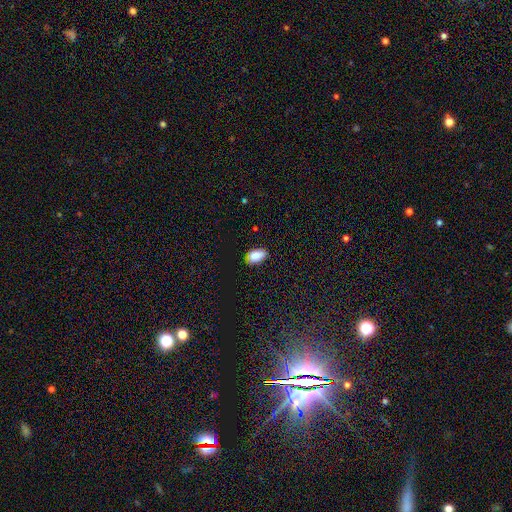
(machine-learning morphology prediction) Smooth or featured?
  - smooth: 84% *
  - featured or disk: 8%
  - star or artifact: 8%
How rounded?
  - in between: 93% *
  - round: 6%
  - cigar-shaped: 2%
Merging?
  - none: 81% *
  - minor disturbance: 15%
  - major disturbance: 2%
  - merger: 1%